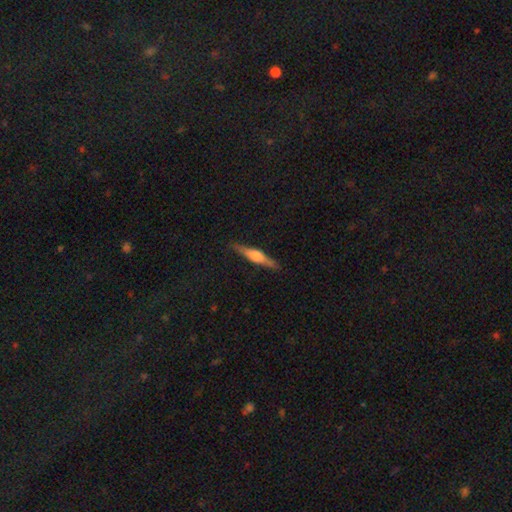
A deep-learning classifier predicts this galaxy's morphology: Smooth or featured? Predicted: featured or disk (p=0.69). Edge-on disk? Predicted: yes (p=0.97). Edge-on bulge? Predicted: rounded (p=0.89). Merging? Predicted: none (p=0.89).